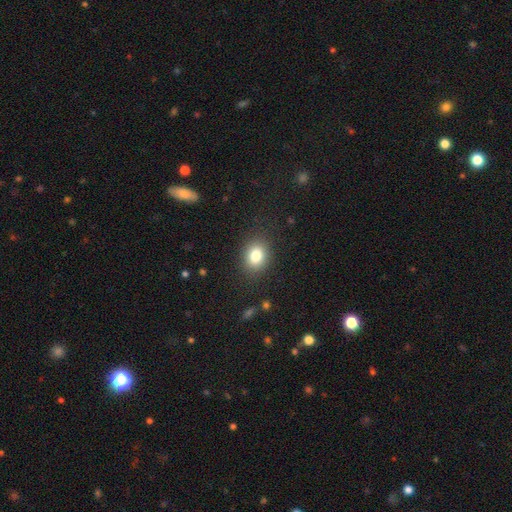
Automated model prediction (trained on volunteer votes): Overall: smooth (81%). How rounded: in between (51%; round 49%). Merging: none (86%).